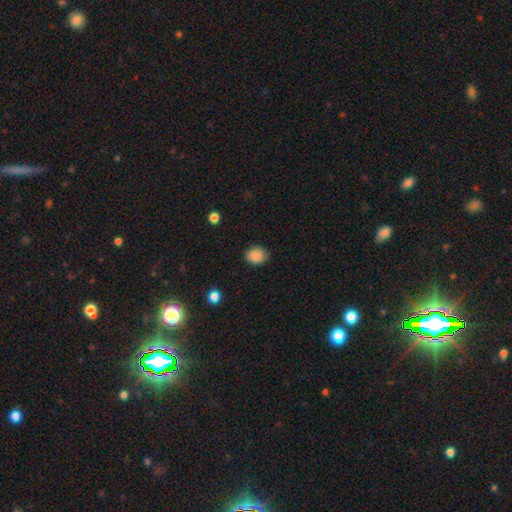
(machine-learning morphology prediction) Overall: smooth (88%). How rounded: round (58%; in between 41%). Merging: none (84%).